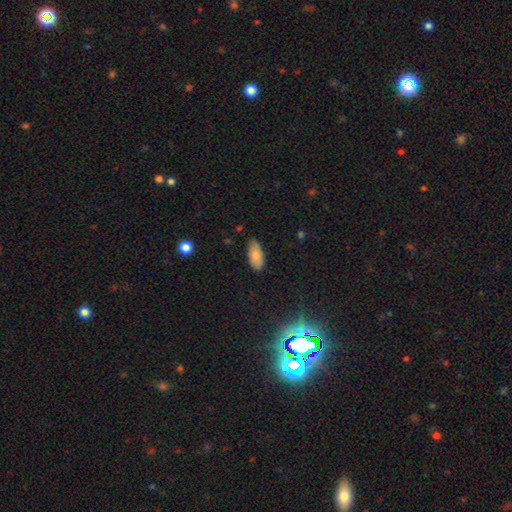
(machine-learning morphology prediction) Smooth or featured? Predicted: smooth (p=0.82). How rounded? Predicted: in between (p=0.91). Merging? Predicted: none (p=0.78).